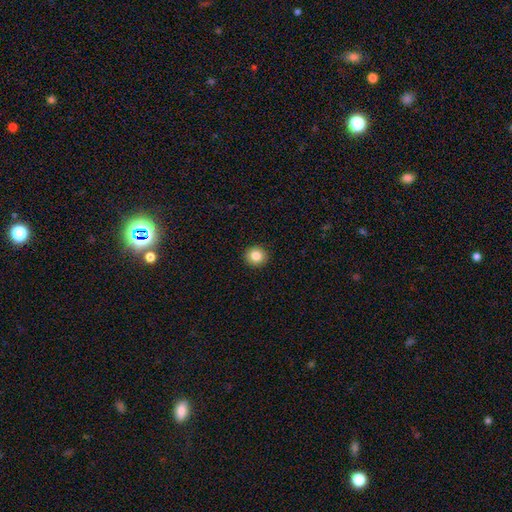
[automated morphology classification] A smooth galaxy with no disk features (84%) that is round (91%).

Vote fractions:
- Smooth or featured? smooth: 84% / star or artifact: 10% / featured or disk: 6%
- How rounded? round: 91% / in between: 8% / cigar-shaped: 1%
- Merging? none: 93% / minor disturbance: 5% / major disturbance: 1% / merger: 1%